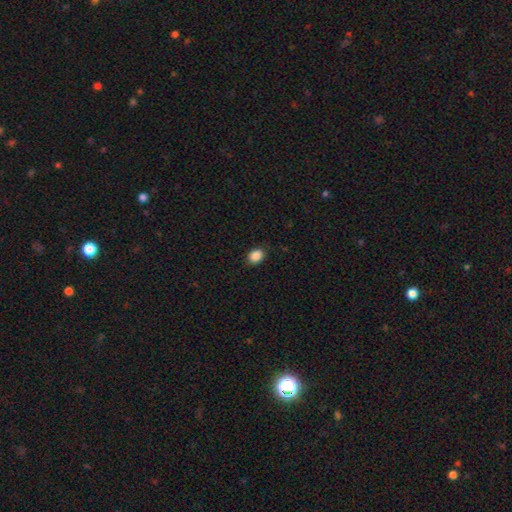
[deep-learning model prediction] smooth_or_featured: smooth (p=0.88) [alt: star or artifact p=0.09]
how_rounded: in between (p=0.64) [alt: round p=0.35]
merging: none (p=0.87) [alt: minor disturbance p=0.09]